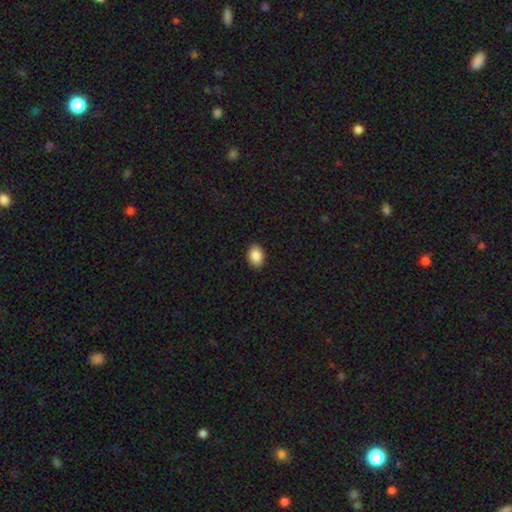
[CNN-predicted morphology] smooth 88%, star or artifact 7%, featured or disk 4%. Down the decision tree: how rounded — in between (79%); merging — none (90%).